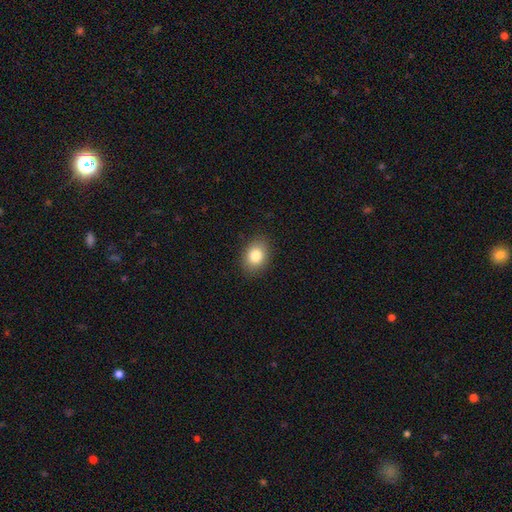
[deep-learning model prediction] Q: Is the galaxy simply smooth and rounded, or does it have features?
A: smooth — 82%.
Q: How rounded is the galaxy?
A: in between — 69%.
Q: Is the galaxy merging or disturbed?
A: none — 87%.